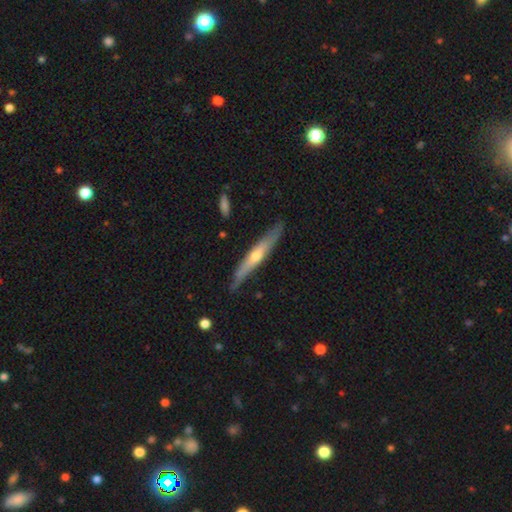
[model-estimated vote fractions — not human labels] Smooth or featured: featured or disk — 65% (smooth — 29%)
Edge-on disk: yes — 93% (no — 7%)
Edge-on bulge: rounded — 81% (none — 16%)
Merging: none — 84% (minor disturbance — 13%)